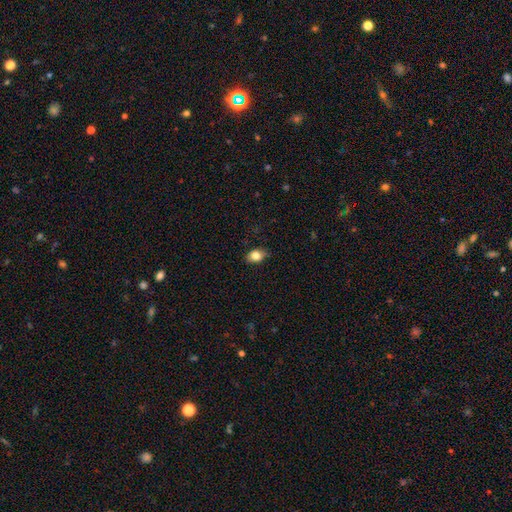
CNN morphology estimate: A smooth galaxy with no disk features (83%) that is in between round and cigar-shaped (75%). Merging: none (81%).